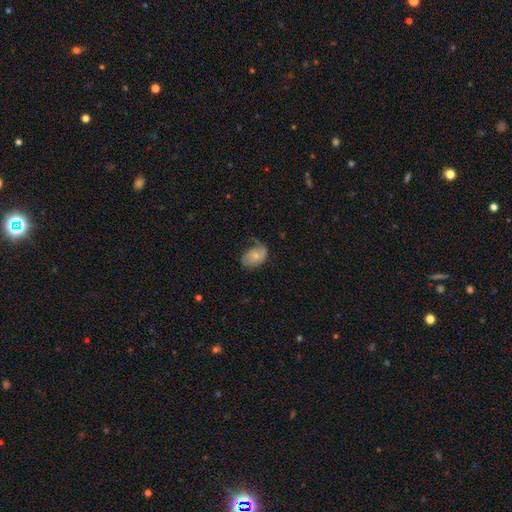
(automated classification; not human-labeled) Overall: smooth (53%; featured or disk 40%). How rounded: in between (81%). Merging: none (44%; minor disturbance 33%).